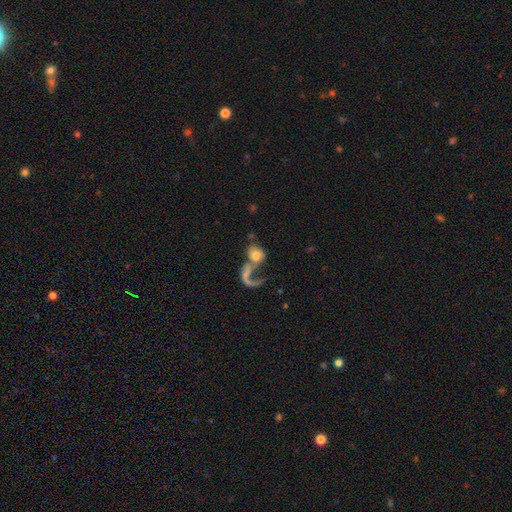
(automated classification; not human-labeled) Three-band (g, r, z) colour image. It shows a smooth galaxy with no disk features (47%). Merging: merger (44%).